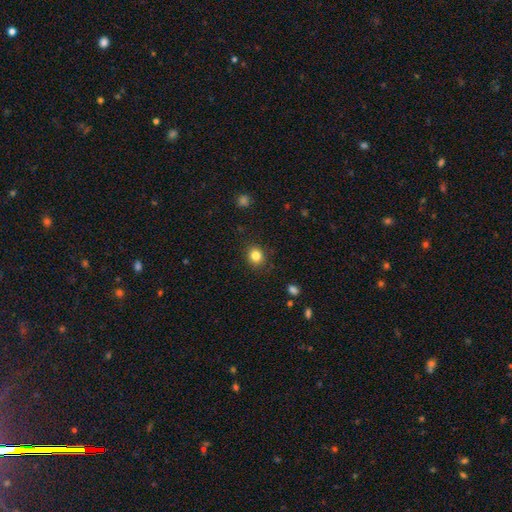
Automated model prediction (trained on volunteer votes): Smooth or featured?
  - smooth: 83% *
  - star or artifact: 11%
  - featured or disk: 6%
How rounded?
  - round: 73% *
  - in between: 26%
  - cigar-shaped: 1%
Merging?
  - none: 87% *
  - minor disturbance: 9%
  - major disturbance: 3%
  - merger: 1%